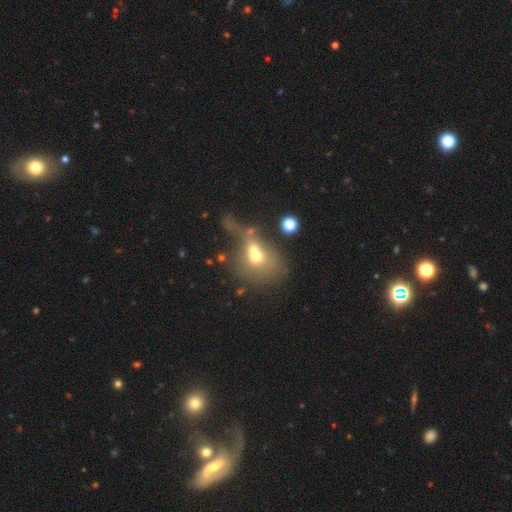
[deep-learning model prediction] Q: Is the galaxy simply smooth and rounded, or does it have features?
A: smooth — 55%.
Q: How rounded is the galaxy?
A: round — 55%.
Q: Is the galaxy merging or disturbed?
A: merger — 54%.